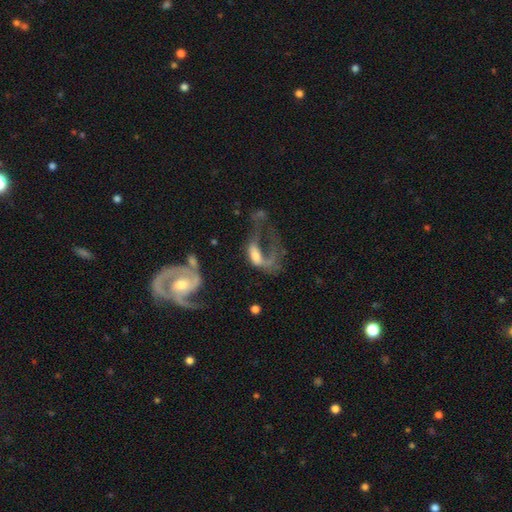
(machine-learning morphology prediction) Q: Smooth or featured?
A: featured or disk (58%); runner-up: smooth (32%)
Q: Edge-on disk?
A: no (93%); runner-up: yes (7%)
Q: Bar?
A: no (59%); runner-up: weak (27%)
Q: Spiral arms?
A: yes (56%); runner-up: no (44%)
Q: Bulge size?
A: moderate (38%); runner-up: small (25%)
Q: Merging?
A: major disturbance (57%); runner-up: merger (18%)